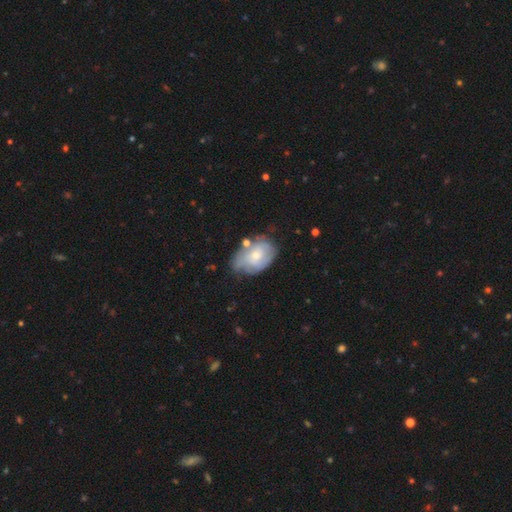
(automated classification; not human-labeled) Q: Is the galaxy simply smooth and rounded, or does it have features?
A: featured or disk — 53%.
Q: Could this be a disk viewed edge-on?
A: no — 95%.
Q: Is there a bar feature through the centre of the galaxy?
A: no — 79%.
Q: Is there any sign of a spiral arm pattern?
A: yes — 62%.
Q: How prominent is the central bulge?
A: small — 47%.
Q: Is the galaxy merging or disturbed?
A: none — 53%.